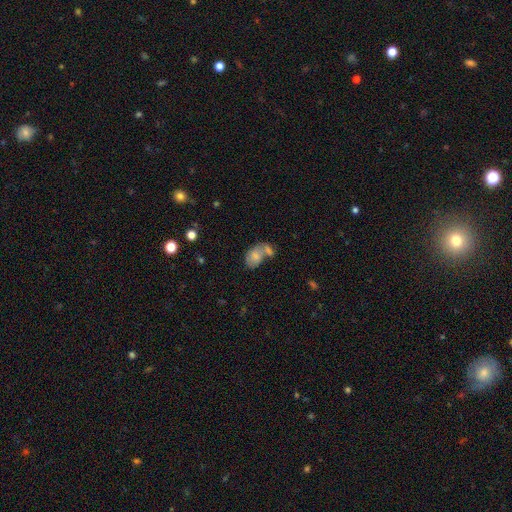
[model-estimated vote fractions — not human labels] Smooth or featured? Predicted: smooth (p=0.70). How rounded? Predicted: in between (p=0.85). Merging? Predicted: merger (p=0.54).